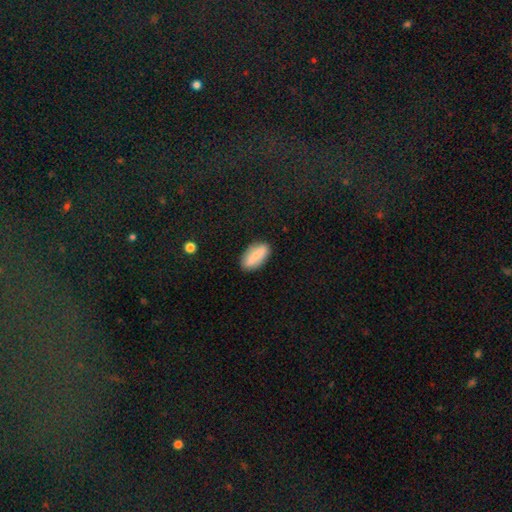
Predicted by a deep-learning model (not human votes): This appears to be a smooth galaxy with no disk features (75%) that is in between round and cigar-shaped (87%). Merging: none (85%).